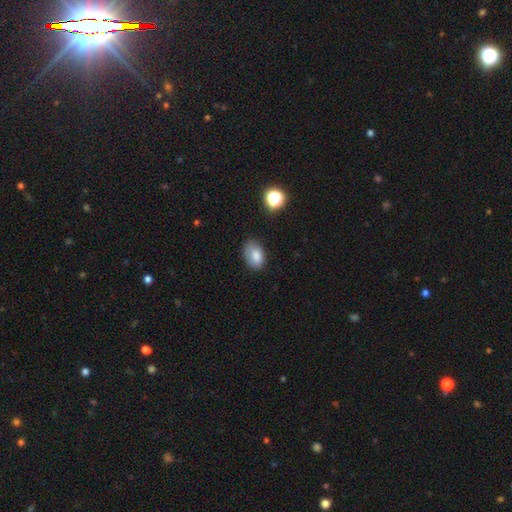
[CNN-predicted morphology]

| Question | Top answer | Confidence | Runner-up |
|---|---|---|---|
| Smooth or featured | smooth | 82% | star or artifact (10%) |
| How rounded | in between | 85% | round (14%) |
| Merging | none | 62% | minor disturbance (29%) |